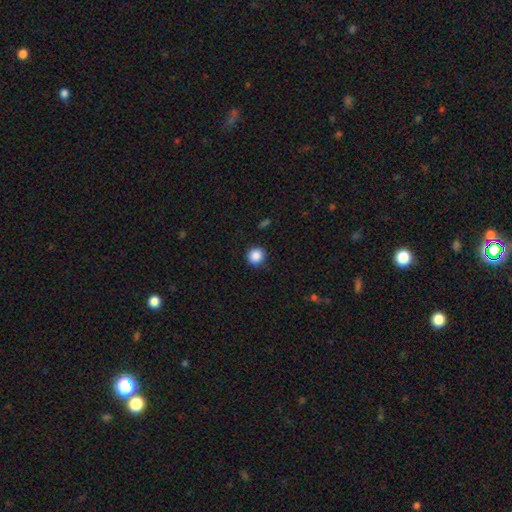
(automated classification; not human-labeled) Q: Smooth or featured?
A: smooth (87%); runner-up: star or artifact (10%)
Q: How rounded?
A: round (93%); runner-up: in between (6%)
Q: Merging?
A: none (90%); runner-up: minor disturbance (7%)